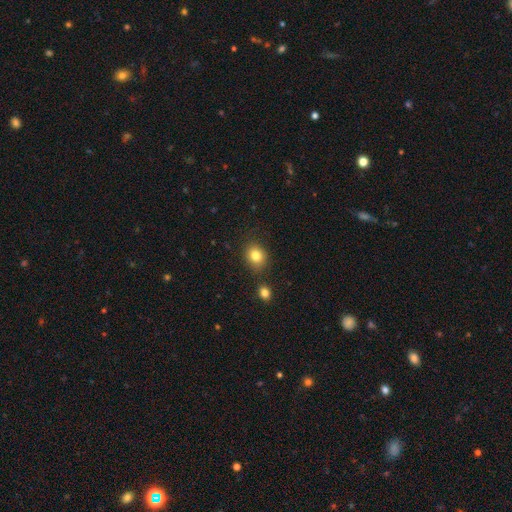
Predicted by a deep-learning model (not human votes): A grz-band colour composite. It shows a smooth galaxy with no disk features (82%) that is round (64%). Merging: none (81%).